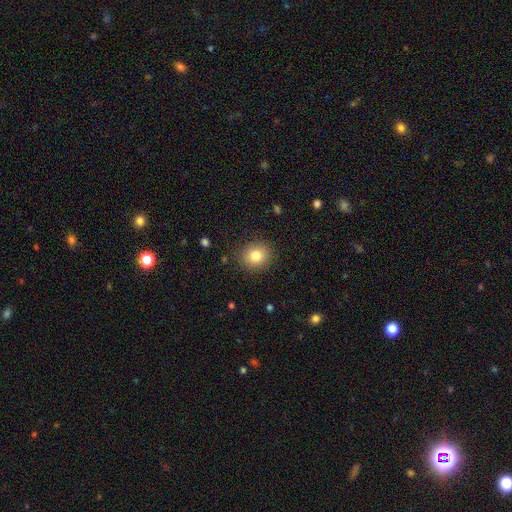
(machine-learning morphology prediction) smooth 81%, star or artifact 10%, featured or disk 8%. Down the decision tree: how rounded — round (80%); merging — none (87%).